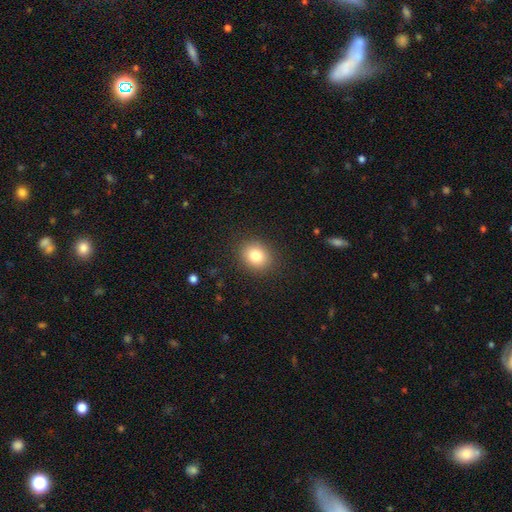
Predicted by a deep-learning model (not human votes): Morphology: type=smooth (81%); roundness=round (64%); merging=none (88%).